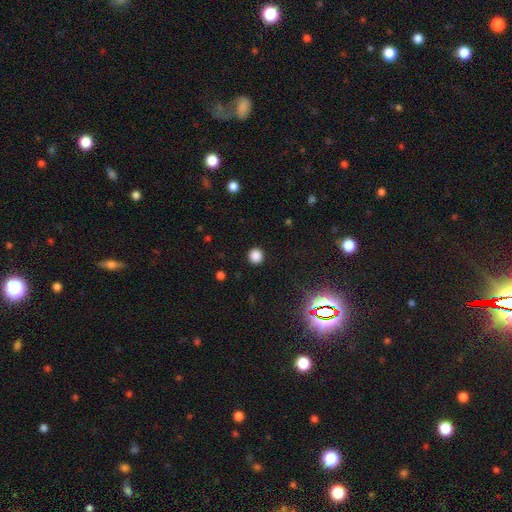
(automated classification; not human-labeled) Smooth or featured? smooth (84%)
How rounded? round (92%)
Merging? none (92%)